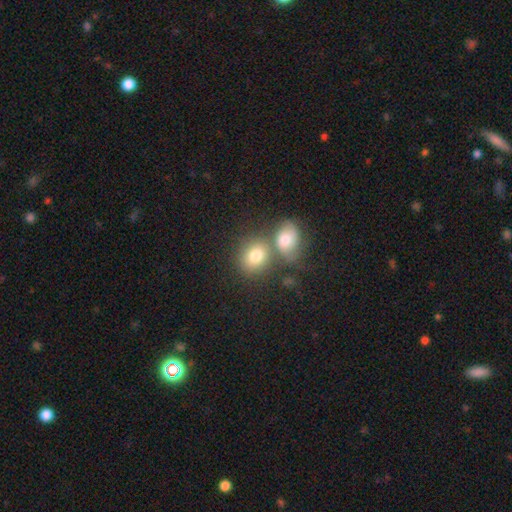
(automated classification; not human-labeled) A smooth galaxy with no disk features (78%) that is round (59%).

Vote fractions:
- Smooth or featured? smooth: 78% / featured or disk: 11% / star or artifact: 10%
- How rounded? round: 59% / in between: 40% / cigar-shaped: 1%
- Merging? none: 49% / merger: 36% / minor disturbance: 10% / major disturbance: 4%